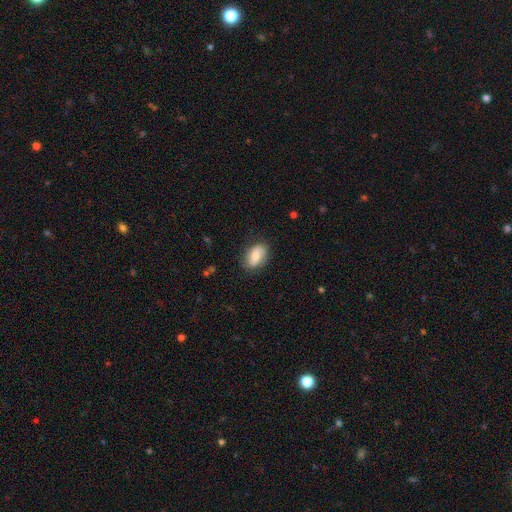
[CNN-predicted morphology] Overall: smooth (65%; featured or disk 27%). How rounded: in between (87%). Merging: none (76%).